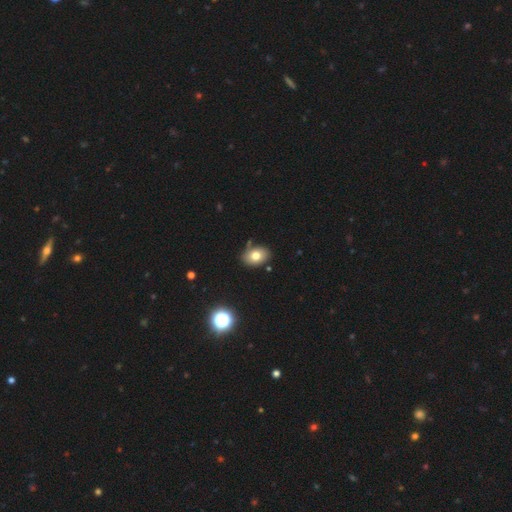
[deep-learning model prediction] Smooth or featured? smooth (75%)
How rounded? in between (75%)
Merging? none (78%)